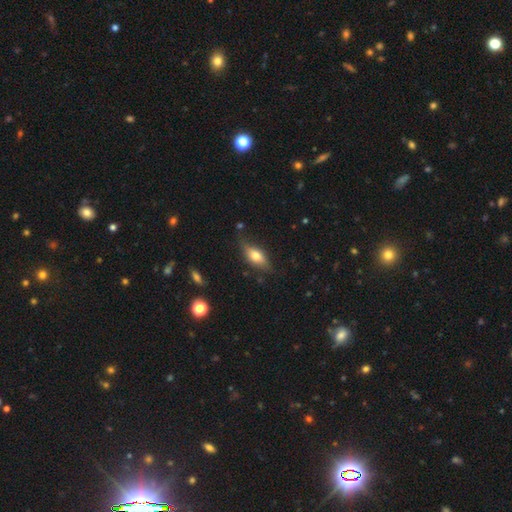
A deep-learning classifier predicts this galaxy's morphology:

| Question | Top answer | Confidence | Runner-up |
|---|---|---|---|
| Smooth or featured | smooth | 61% | featured or disk (31%) |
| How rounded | in between | 75% | cigar-shaped (20%) |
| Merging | none | 73% | minor disturbance (21%) |